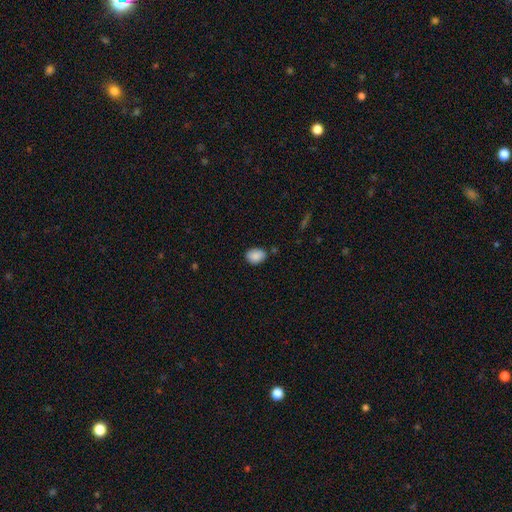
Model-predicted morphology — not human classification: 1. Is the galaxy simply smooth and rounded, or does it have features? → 88% smooth, 8% star or artifact, 5% featured or disk.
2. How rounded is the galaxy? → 69% in between, 30% round, 1% cigar-shaped.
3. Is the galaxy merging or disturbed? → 79% none, 15% minor disturbance, 3% merger, 3% major disturbance.